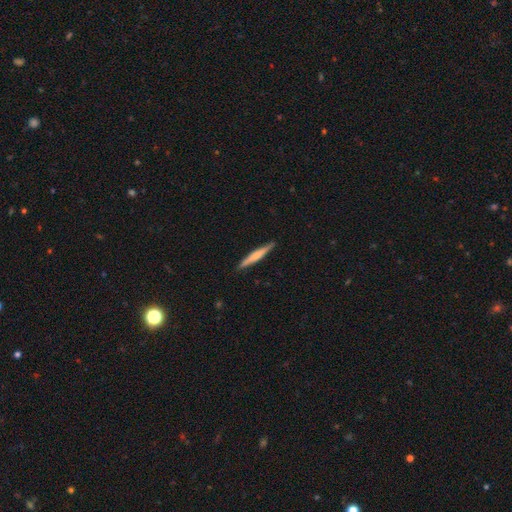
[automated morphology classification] This appears to be a smooth galaxy with no disk features (54%) that is cigar-shaped (95%). Merging: none (90%).